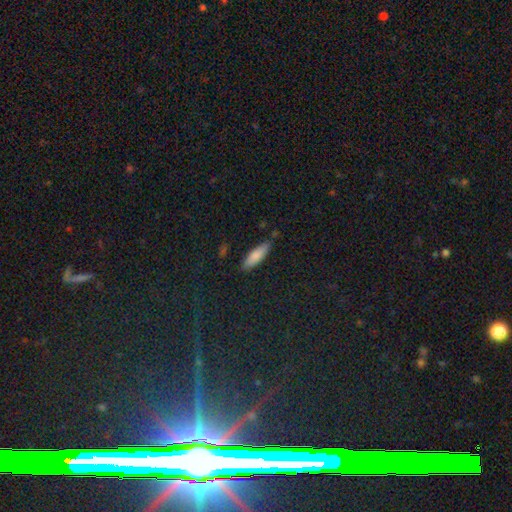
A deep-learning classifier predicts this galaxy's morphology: Overall: smooth (81%). How rounded: cigar-shaped (53%; in between 45%). Merging: none (80%).